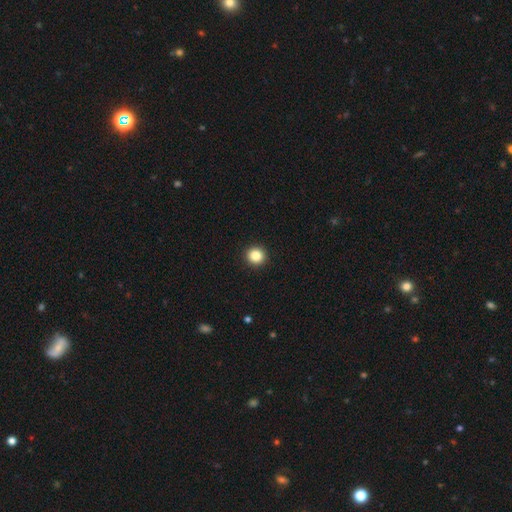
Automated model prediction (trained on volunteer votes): A smooth galaxy with no disk features (86%) that is round (92%).

Vote fractions:
- Smooth or featured? smooth: 86% / star or artifact: 10% / featured or disk: 4%
- How rounded? round: 92% / in between: 7% / cigar-shaped: 1%
- Merging? none: 94% / minor disturbance: 4% / major disturbance: 1% / merger: 1%